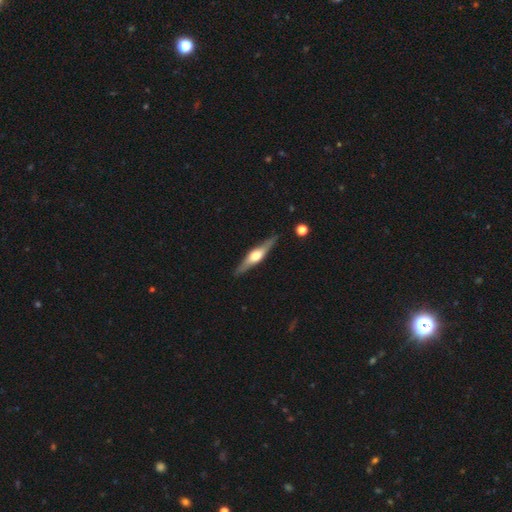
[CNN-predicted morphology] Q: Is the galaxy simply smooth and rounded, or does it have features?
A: featured or disk — 71%.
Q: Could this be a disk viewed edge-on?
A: yes — 96%.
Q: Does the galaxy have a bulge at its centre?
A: rounded — 90%.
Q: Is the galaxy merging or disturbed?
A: none — 87%.